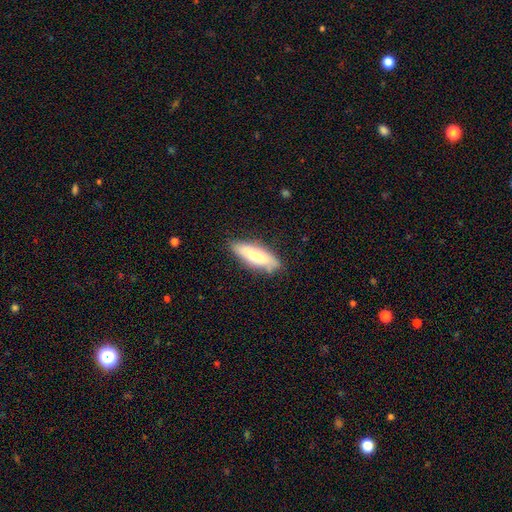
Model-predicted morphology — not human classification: This is likely a smooth galaxy (67%). How rounded: possibly in between (50%). Merging: likely none (78%).